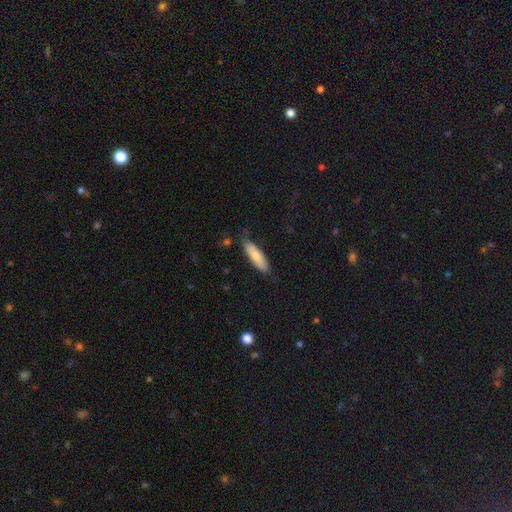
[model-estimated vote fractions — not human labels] Overall: smooth (80%). How rounded: cigar-shaped (58%; in between 41%). Merging: none (76%).